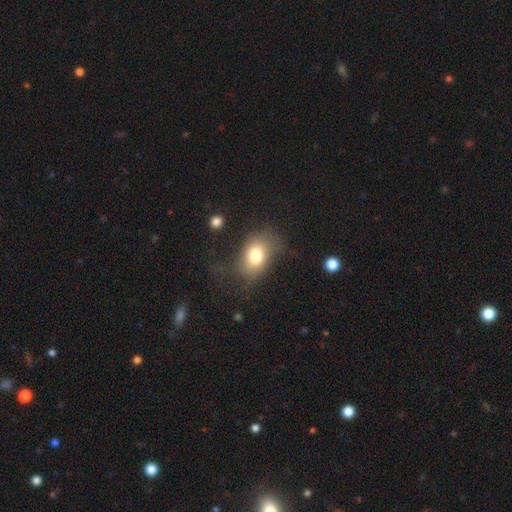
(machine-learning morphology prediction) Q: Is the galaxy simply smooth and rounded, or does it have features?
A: smooth — 76%.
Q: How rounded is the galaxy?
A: in between — 78%.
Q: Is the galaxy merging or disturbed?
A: none — 59%.